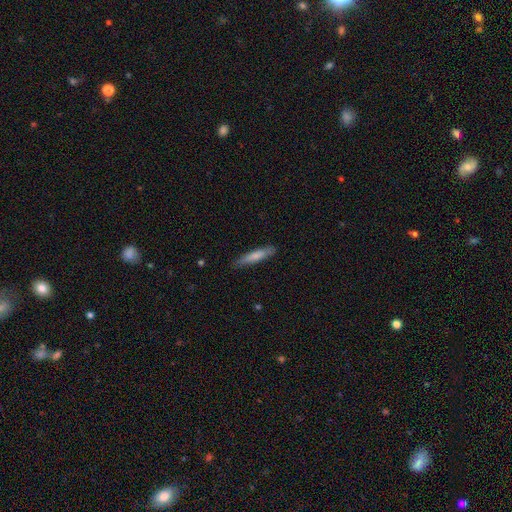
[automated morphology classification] A smooth galaxy with no disk features (73%) that is cigar-shaped (89%). Merging: none (84%).